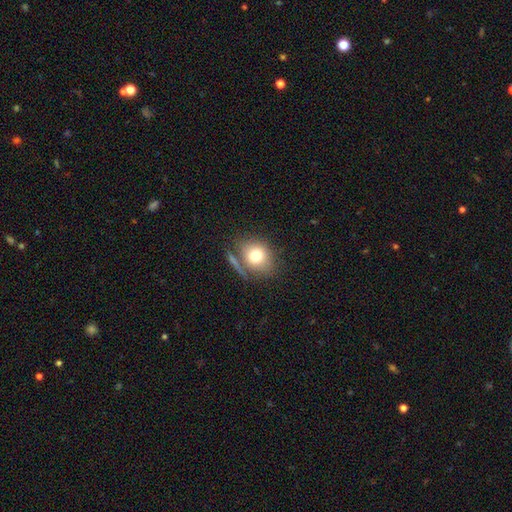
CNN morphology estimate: The model was most divided on "how rounded": round: 60%, in between: 39%, cigar-shaped: 1%. More confident: smooth or featured — smooth (76%); merging — none (59%).